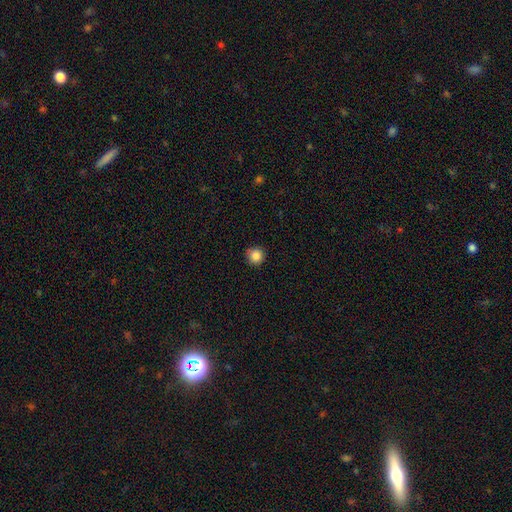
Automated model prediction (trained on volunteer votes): This is clearly a smooth galaxy (86%). How rounded: clearly round (94%). Merging: clearly none (89%).